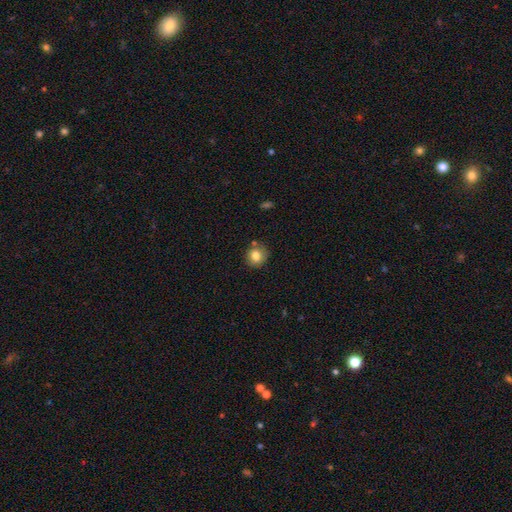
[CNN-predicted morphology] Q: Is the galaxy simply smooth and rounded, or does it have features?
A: smooth — 81%.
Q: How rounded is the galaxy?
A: round — 83%.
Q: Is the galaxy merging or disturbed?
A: none — 76%.